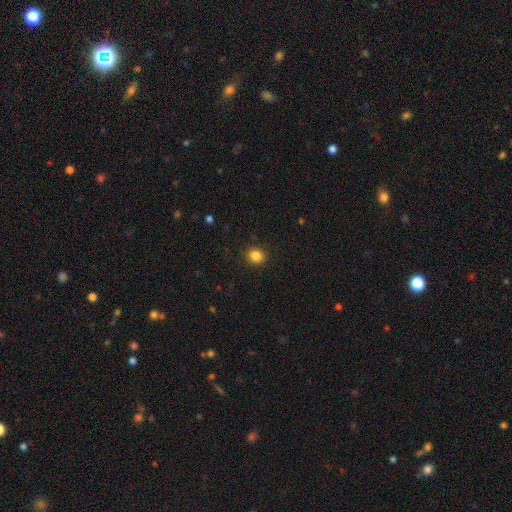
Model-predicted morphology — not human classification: smooth_or_featured: smooth (p=0.85) [alt: star or artifact p=0.11]
how_rounded: round (p=0.83) [alt: in between p=0.16]
merging: none (p=0.91) [alt: minor disturbance p=0.06]